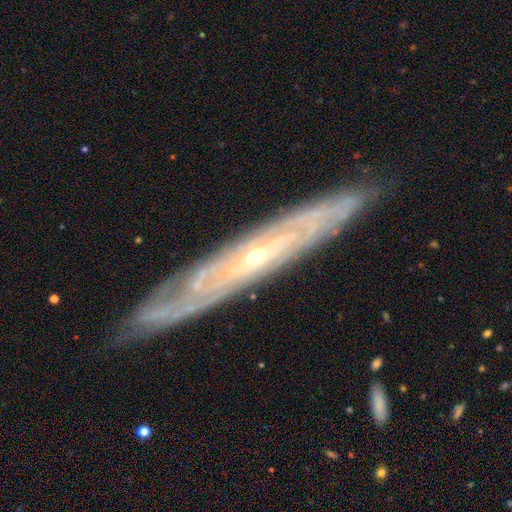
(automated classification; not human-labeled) Overall: featured or disk (82%). Edge-on disk: no (50%, tied with yes). Merging: none (85%).